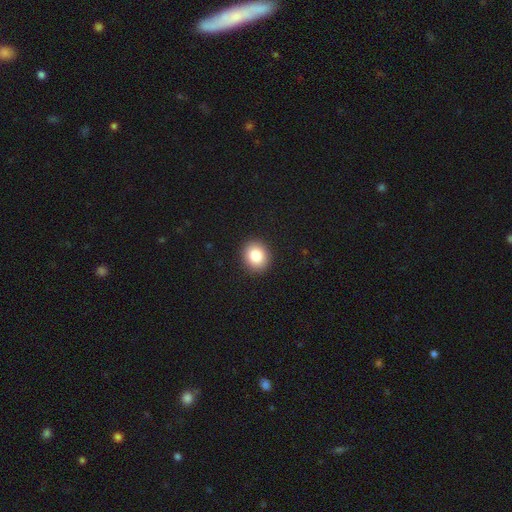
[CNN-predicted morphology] Overall: smooth (85%). How rounded: round (69%; in between 30%). Merging: none (92%).